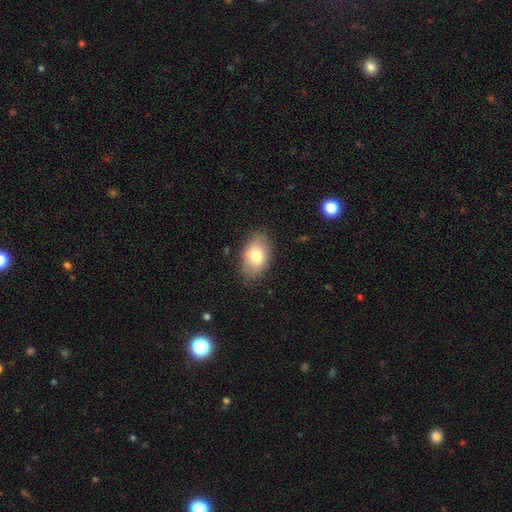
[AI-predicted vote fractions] Overall: smooth (77%). How rounded: in between (90%). Merging: none (83%).